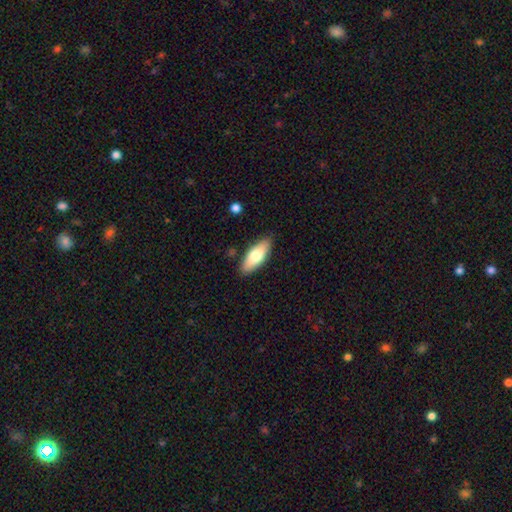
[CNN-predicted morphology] smooth_or_featured: smooth (p=0.71) [alt: featured or disk p=0.24]
how_rounded: in between (p=0.75) [alt: cigar-shaped p=0.23]
merging: none (p=0.87) [alt: minor disturbance p=0.10]